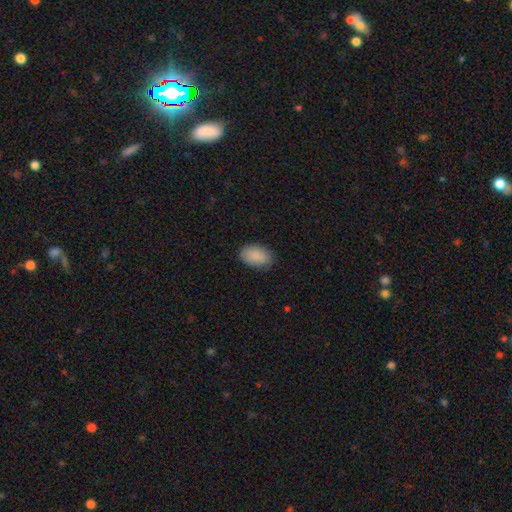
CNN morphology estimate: smooth_or_featured: smooth (p=0.90) [alt: star or artifact p=0.07]
how_rounded: in between (p=0.92) [alt: round p=0.07]
merging: none (p=0.84) [alt: minor disturbance p=0.12]